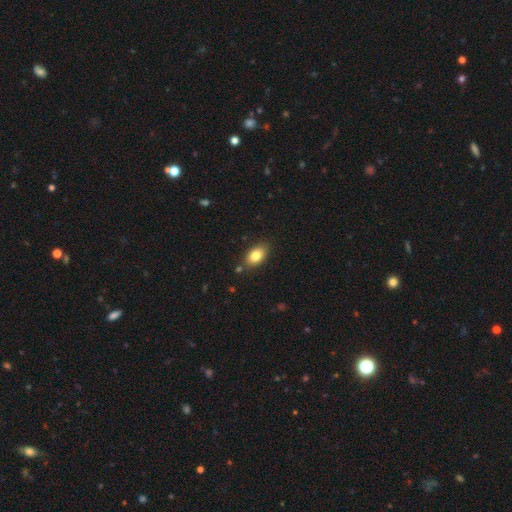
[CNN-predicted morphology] Q: Smooth or featured?
A: smooth (83%); runner-up: featured or disk (9%)
Q: How rounded?
A: in between (88%); runner-up: round (10%)
Q: Merging?
A: none (82%); runner-up: minor disturbance (12%)